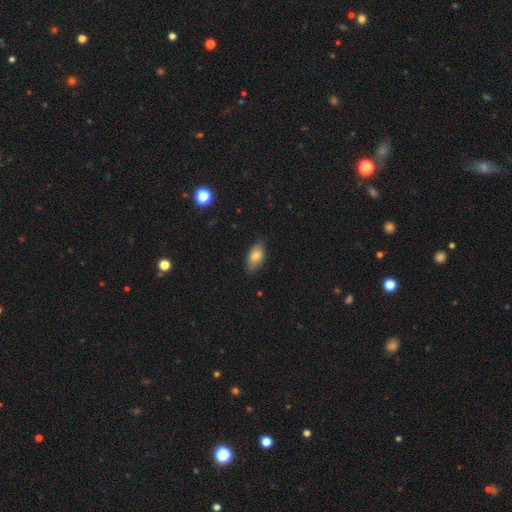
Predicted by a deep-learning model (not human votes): Smooth or featured?
  - smooth: 81% *
  - featured or disk: 11%
  - star or artifact: 8%
How rounded?
  - in between: 91% *
  - round: 5%
  - cigar-shaped: 4%
Merging?
  - none: 79% *
  - minor disturbance: 17%
  - major disturbance: 3%
  - merger: 1%